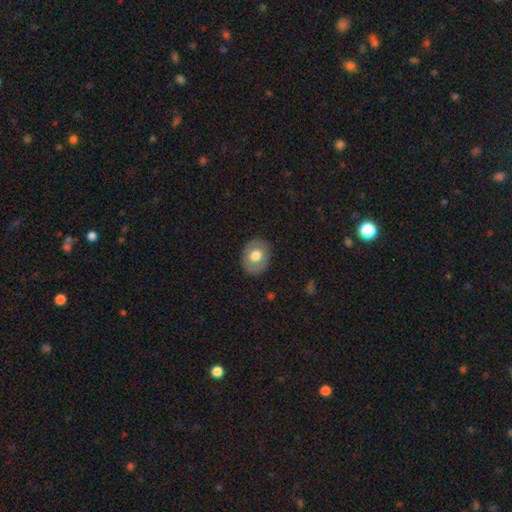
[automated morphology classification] smooth 61%, featured or disk 32%, star or artifact 7%. Down the decision tree: how rounded — round (51%); merging — none (84%).